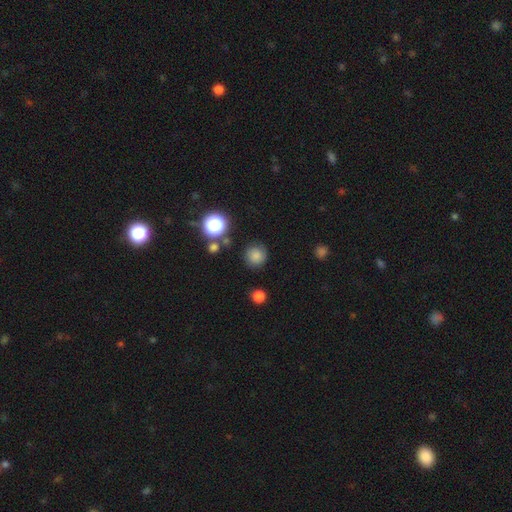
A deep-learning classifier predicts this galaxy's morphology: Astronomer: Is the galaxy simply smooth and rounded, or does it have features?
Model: smooth — 77%.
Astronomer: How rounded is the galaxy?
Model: round — 93%.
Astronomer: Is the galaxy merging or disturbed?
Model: none — 82%.